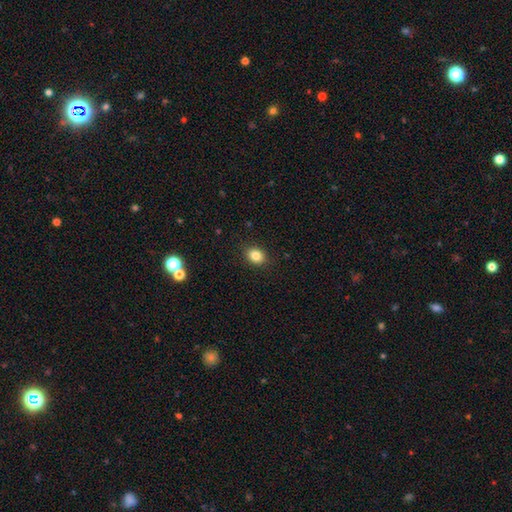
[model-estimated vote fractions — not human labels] This appears to be a smooth galaxy with no disk features (84%) that is in between round and cigar-shaped (56%). Merging: none (89%).